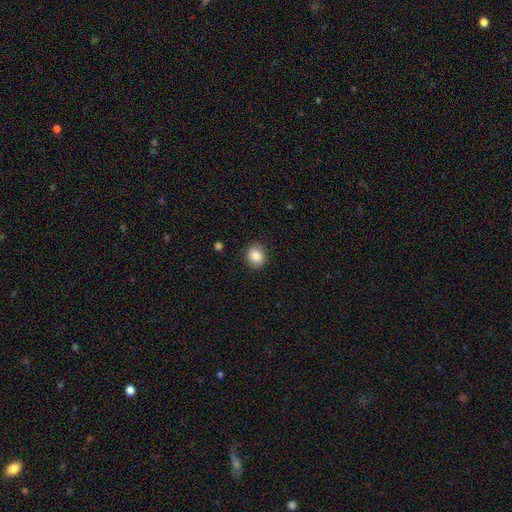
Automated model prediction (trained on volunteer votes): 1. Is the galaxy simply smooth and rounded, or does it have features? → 85% smooth, 9% star or artifact, 6% featured or disk.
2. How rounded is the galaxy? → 72% round, 27% in between, 1% cigar-shaped.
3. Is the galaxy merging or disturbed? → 90% none, 7% minor disturbance, 2% major disturbance, 1% merger.